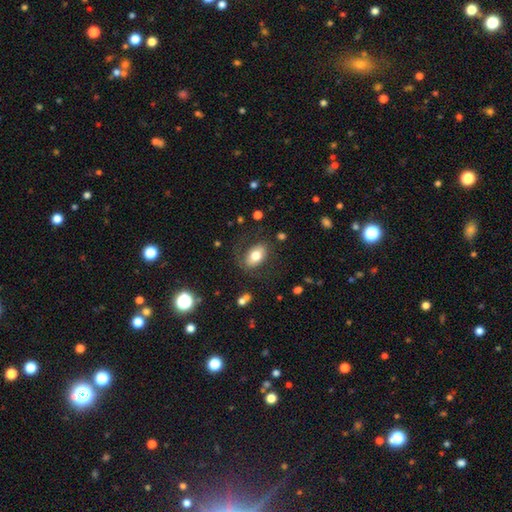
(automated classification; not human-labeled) Overall: smooth (71%). How rounded: in between (88%). Merging: none (71%).